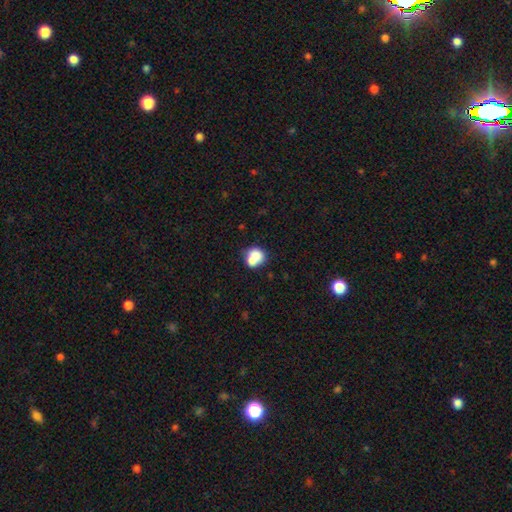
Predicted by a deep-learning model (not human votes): Smooth or featured? Predicted: smooth (p=0.73). How rounded? Predicted: round (p=0.67). Merging? Predicted: merger (p=0.50).